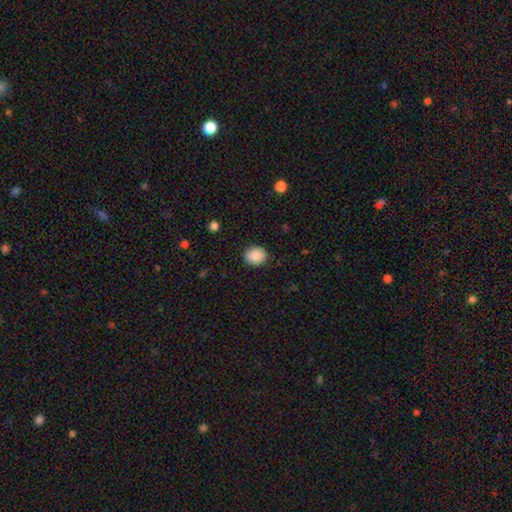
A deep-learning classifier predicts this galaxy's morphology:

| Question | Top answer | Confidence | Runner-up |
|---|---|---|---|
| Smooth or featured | smooth | 88% | star or artifact (8%) |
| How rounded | round | 71% | in between (29%) |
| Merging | none | 88% | minor disturbance (9%) |